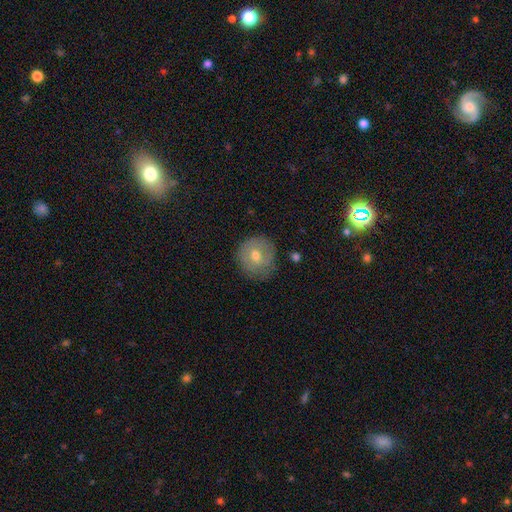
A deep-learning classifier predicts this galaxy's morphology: Overall: smooth (60%; featured or disk 29%). How rounded: round (92%). Merging: none (79%).